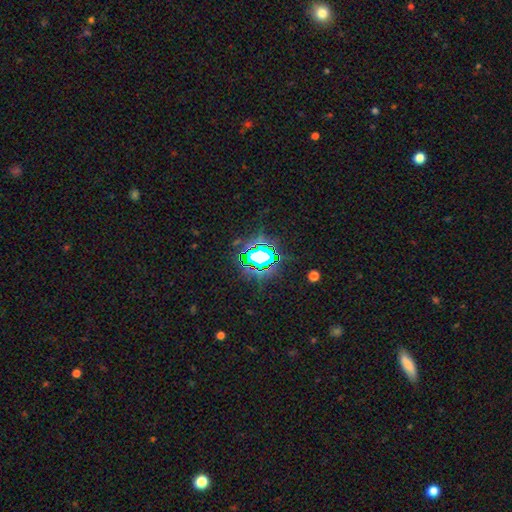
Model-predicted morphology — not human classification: A star or artifact, not a galaxy (75%).

Vote fractions:
- Smooth or featured? star or artifact: 75% / smooth: 15% / featured or disk: 11%